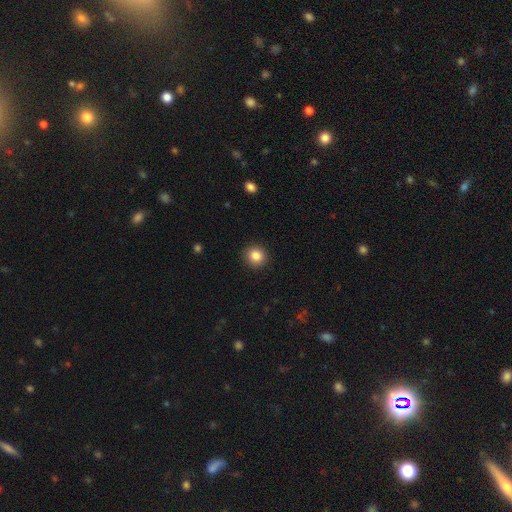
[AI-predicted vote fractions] smooth 85%, star or artifact 10%, featured or disk 5%. Down the decision tree: how rounded — round (88%); merging — none (91%).